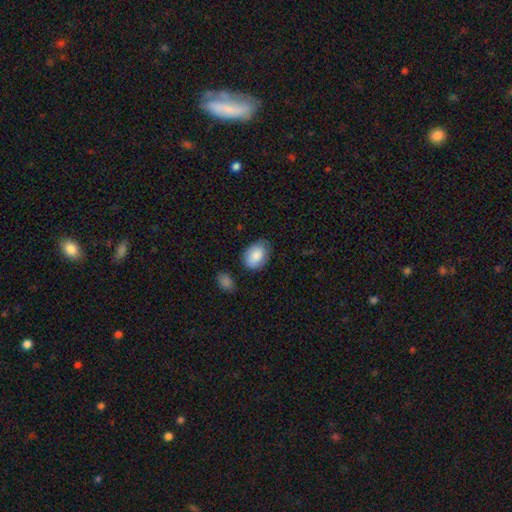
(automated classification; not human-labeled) This is clearly a smooth galaxy (85%). How rounded: clearly in between (83%). Merging: likely none (70%).